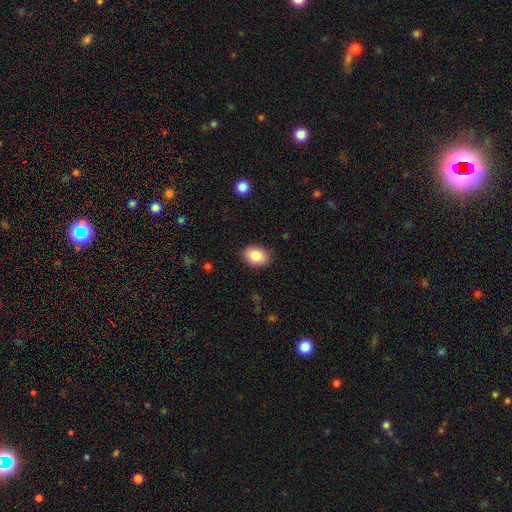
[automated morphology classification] Smooth or featured? smooth (87%)
How rounded? in between (73%)
Merging? none (88%)